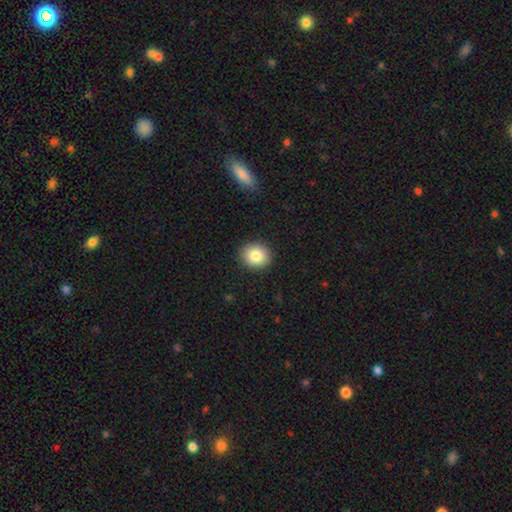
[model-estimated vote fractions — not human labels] A smooth galaxy with no disk features (84%) that is round (79%).

Vote fractions:
- Smooth or featured? smooth: 84% / star or artifact: 9% / featured or disk: 7%
- How rounded? round: 79% / in between: 20% / cigar-shaped: 1%
- Merging? none: 91% / minor disturbance: 6% / major disturbance: 2% / merger: 1%